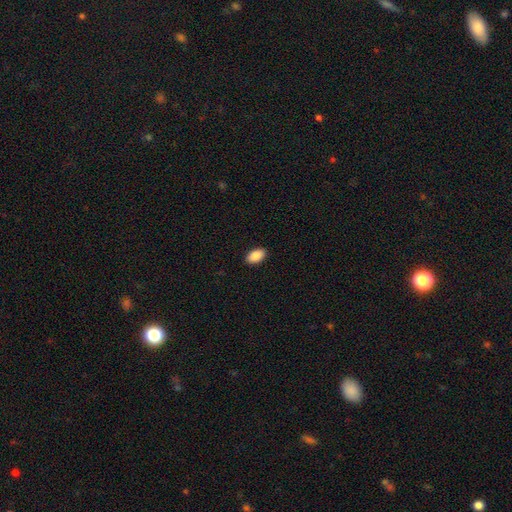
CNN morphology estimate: Q: Smooth or featured?
A: smooth (90%); runner-up: star or artifact (7%)
Q: How rounded?
A: in between (94%); runner-up: round (4%)
Q: Merging?
A: none (90%); runner-up: minor disturbance (7%)